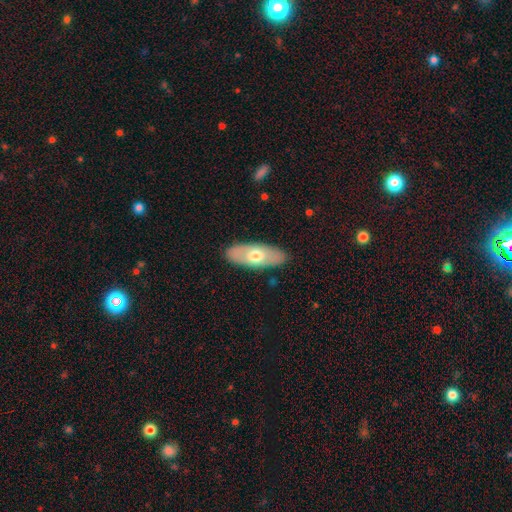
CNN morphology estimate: This appears to be a smooth galaxy with no disk features (59%) that is in between round and cigar-shaped (80%). Merging: none (87%).